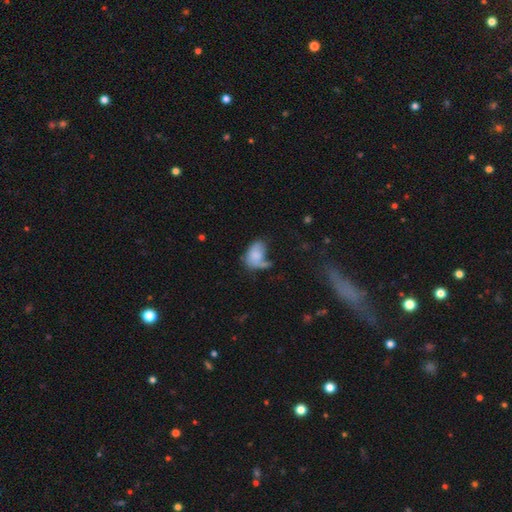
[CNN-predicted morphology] This is likely a smooth galaxy (74%). How rounded: clearly in between (88%). Merging: marginally none (33%).